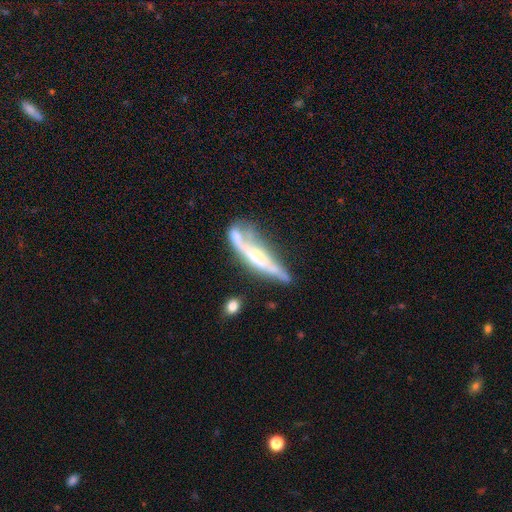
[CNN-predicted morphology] The model was most divided on "merging": none: 34%, merger: 30%, minor disturbance: 20%, major disturbance: 17%. More confident: edge-on disk — yes (70%); smooth or featured — featured or disk (65%).